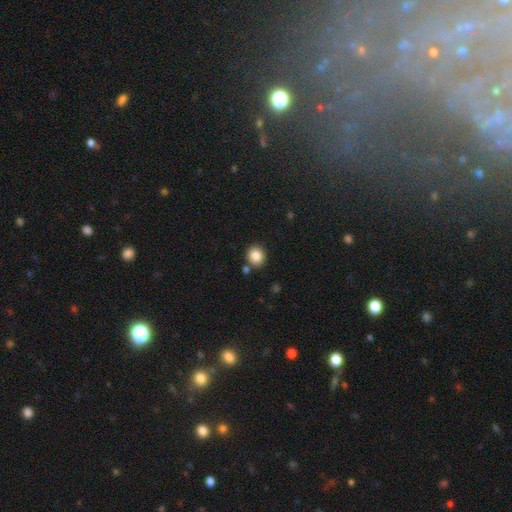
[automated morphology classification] Overall: smooth (86%). How rounded: round (80%). Merging: none (82%).